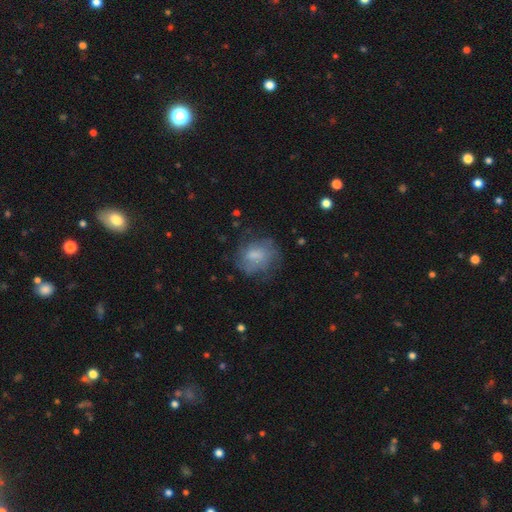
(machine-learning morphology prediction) This appears to be a smooth galaxy with no disk features (60%) that is round (60%). Merging: none (58%).